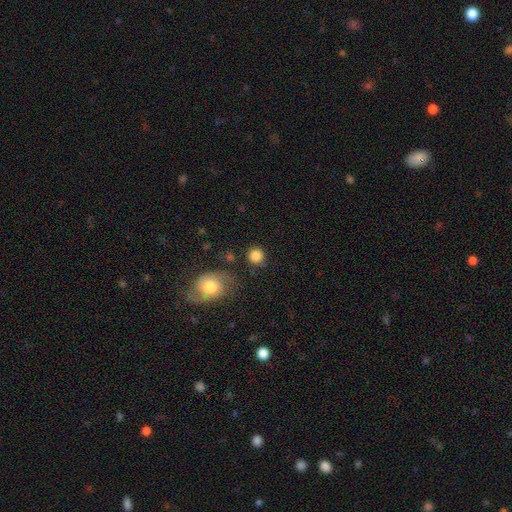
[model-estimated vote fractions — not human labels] smooth_or_featured: smooth (p=0.85) [alt: star or artifact p=0.09]
how_rounded: round (p=0.91) [alt: in between p=0.08]
merging: none (p=0.81) [alt: minor disturbance p=0.10]